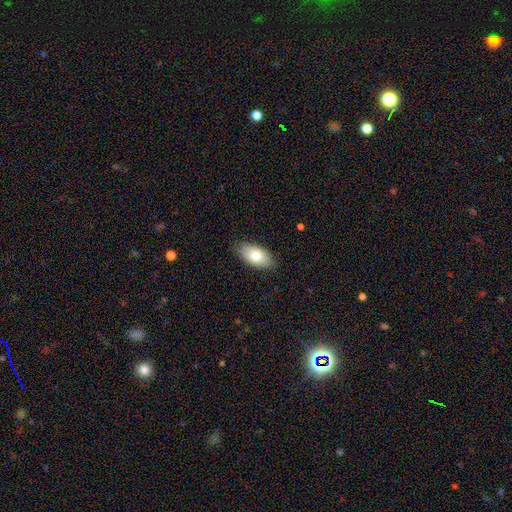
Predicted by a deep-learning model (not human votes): This appears to be a smooth galaxy with no disk features (80%) that is in between round and cigar-shaped (94%). Merging: none (84%).